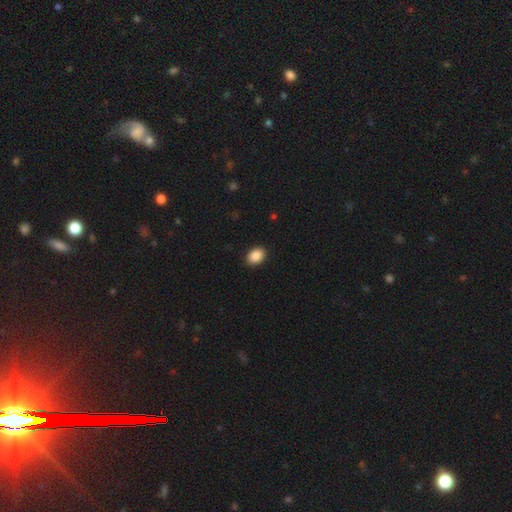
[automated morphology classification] type=smooth (89%); roundness=in between (74%); merging=none (91%).